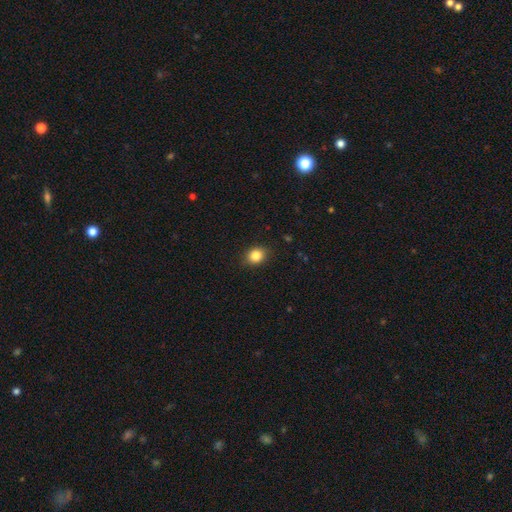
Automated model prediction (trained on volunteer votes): Overall: smooth (85%). How rounded: round (55%; in between 44%). Merging: none (87%).